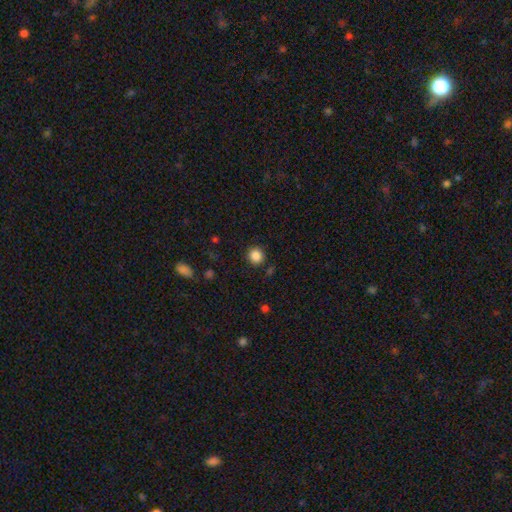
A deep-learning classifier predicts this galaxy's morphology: smooth-or-featured: smooth: 86% | star or artifact: 10% | featured or disk: 3%
  how-rounded: round: 89% | in between: 10% | cigar-shaped: 1%
  merging: none: 88% | minor disturbance: 7% | major disturbance: 3% | merger: 2%